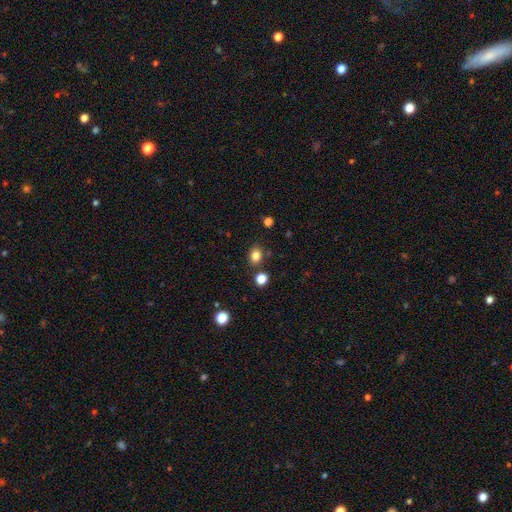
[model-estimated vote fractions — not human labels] Smooth or featured? smooth (82%)
How rounded? round (55%)
Merging? none (82%)